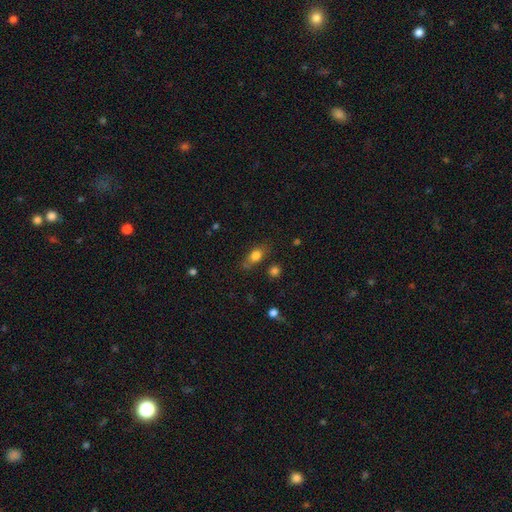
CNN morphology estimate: The model was most divided on "merging": none: 68%, minor disturbance: 20%, major disturbance: 6%, merger: 6%. More confident: smooth or featured — smooth (79%); how rounded — in between (71%).